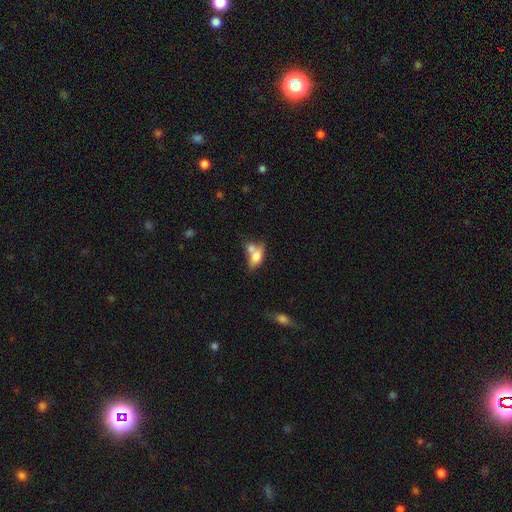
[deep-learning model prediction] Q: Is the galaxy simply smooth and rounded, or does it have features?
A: smooth — 70%.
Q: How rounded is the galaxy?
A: in between — 81%.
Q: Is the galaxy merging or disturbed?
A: merger — 53%.